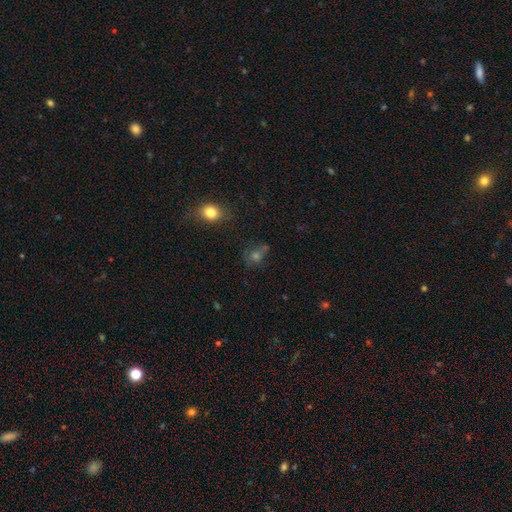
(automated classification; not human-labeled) A smooth galaxy with no disk features (52%) that is round (68%). Merging: none (58%).